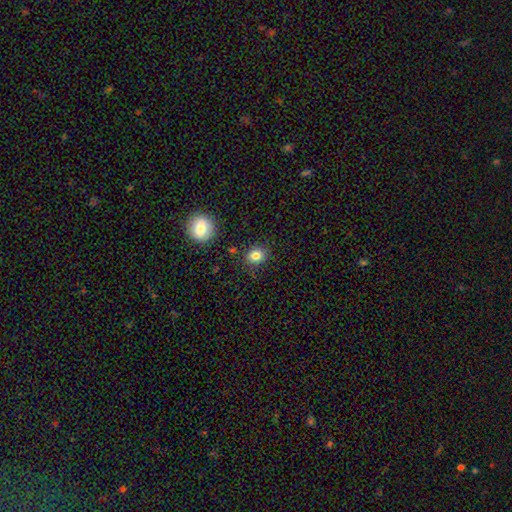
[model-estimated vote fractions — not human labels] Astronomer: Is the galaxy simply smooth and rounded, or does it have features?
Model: smooth — 82%.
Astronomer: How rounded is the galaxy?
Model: round — 64%.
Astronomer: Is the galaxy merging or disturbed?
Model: none — 84%.